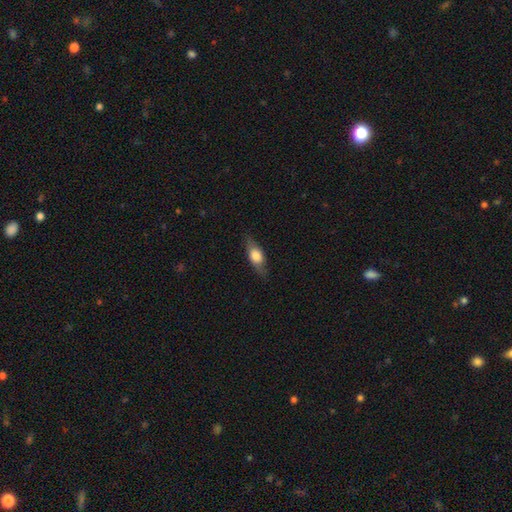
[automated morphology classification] This is possibly a smooth galaxy (56%). How rounded: likely in between (67%). Merging: likely none (79%).